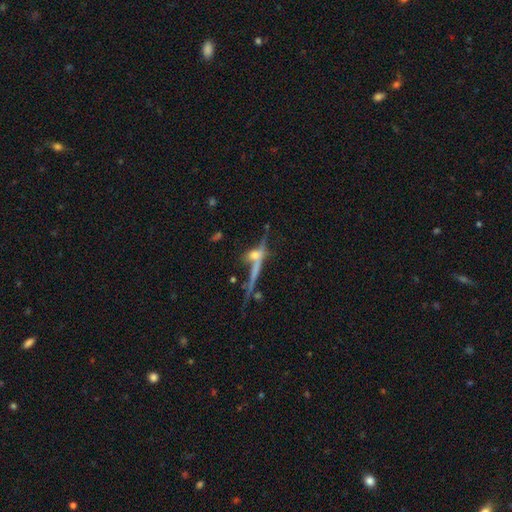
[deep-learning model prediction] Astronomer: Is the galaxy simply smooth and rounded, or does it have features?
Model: featured or disk — 63%.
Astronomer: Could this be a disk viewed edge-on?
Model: yes — 74%.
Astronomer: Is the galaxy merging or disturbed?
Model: none — 43% (runner-up: merger, 23%).